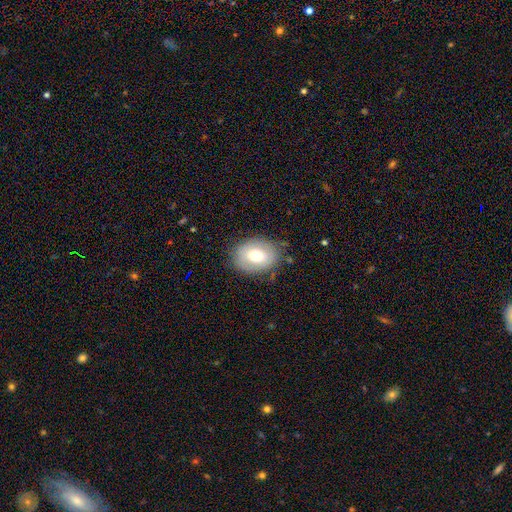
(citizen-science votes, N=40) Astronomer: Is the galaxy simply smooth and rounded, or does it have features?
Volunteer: smooth — 65%.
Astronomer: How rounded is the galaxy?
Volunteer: in between — 58% (runner-up: round, 42%).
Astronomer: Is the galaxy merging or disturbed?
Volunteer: none — 69%.